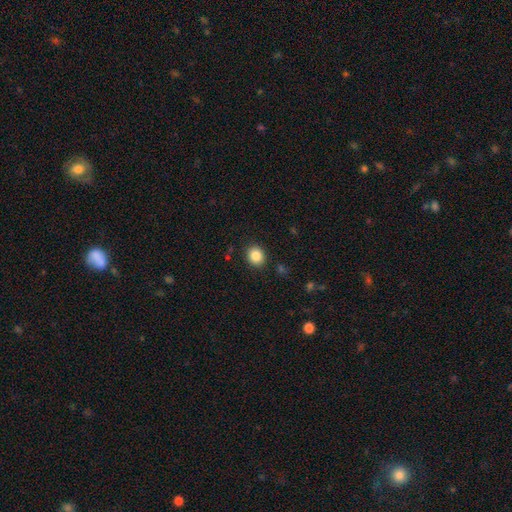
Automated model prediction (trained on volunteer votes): This appears to be a smooth galaxy with no disk features (86%) that is round (72%). Merging: none (90%).